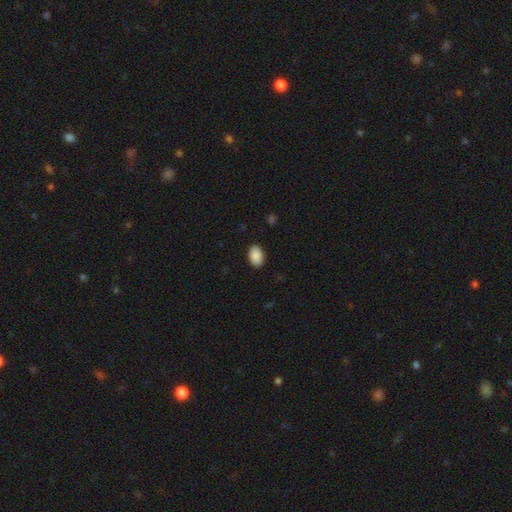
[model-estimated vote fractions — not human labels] Morphology: type=smooth (91%); roundness=in between (90%); merging=none (90%).